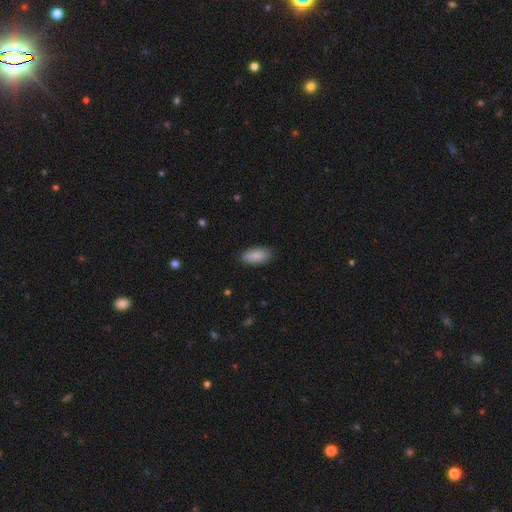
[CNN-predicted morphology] smooth_or_featured: smooth (p=0.88) [alt: star or artifact p=0.06]
how_rounded: in between (p=0.91) [alt: cigar-shaped p=0.07]
merging: none (p=0.86) [alt: minor disturbance p=0.10]